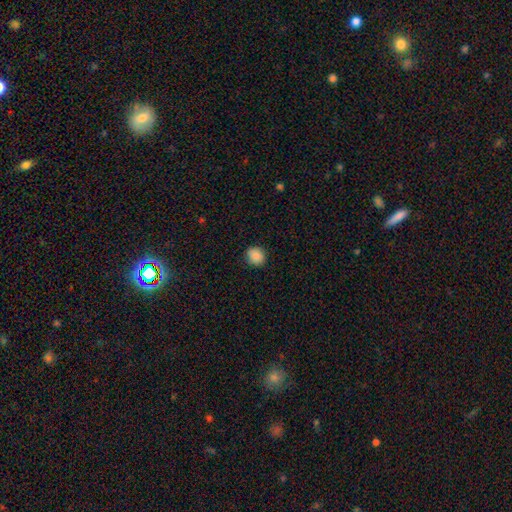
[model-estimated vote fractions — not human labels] This is clearly a smooth galaxy (88%). How rounded: likely round (80%). Merging: clearly none (88%).